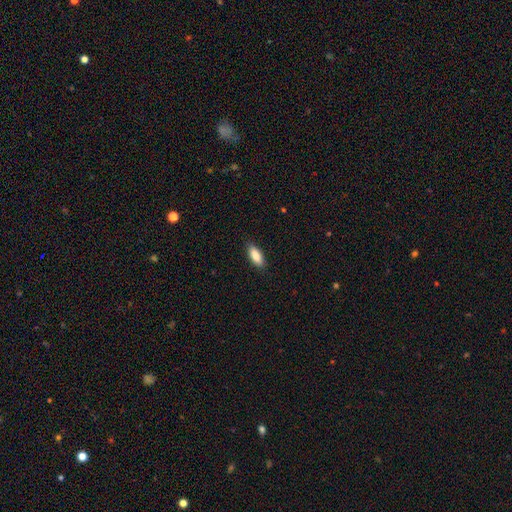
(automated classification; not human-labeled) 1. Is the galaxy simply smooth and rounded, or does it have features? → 87% smooth, 7% featured or disk, 6% star or artifact.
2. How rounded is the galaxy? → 77% in between, 21% cigar-shaped, 2% round.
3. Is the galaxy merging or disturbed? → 88% none, 9% minor disturbance, 2% major disturbance, 1% merger.